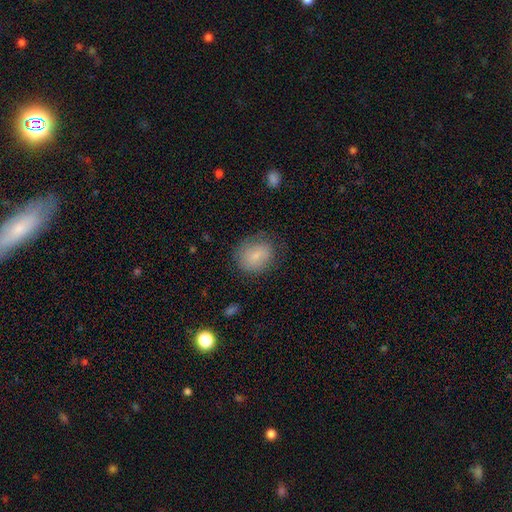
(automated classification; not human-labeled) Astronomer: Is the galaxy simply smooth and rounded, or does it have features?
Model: smooth — 75%.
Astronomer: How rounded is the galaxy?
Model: round — 63%.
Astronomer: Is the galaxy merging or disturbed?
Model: none — 71%.